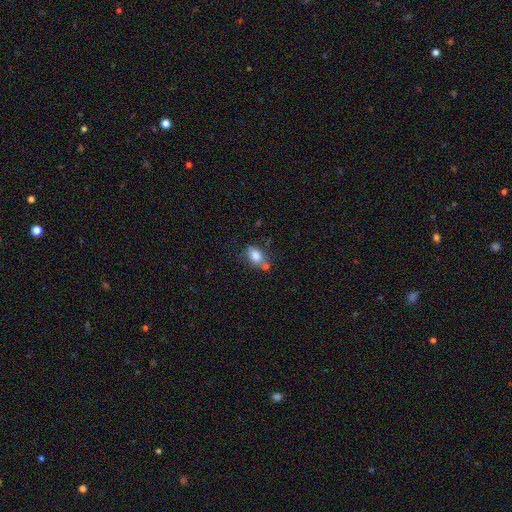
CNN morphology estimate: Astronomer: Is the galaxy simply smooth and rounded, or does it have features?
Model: smooth — 76%.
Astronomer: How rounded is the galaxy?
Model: in between — 78%.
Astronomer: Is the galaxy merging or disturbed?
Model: none — 44% (runner-up: merger, 28%).